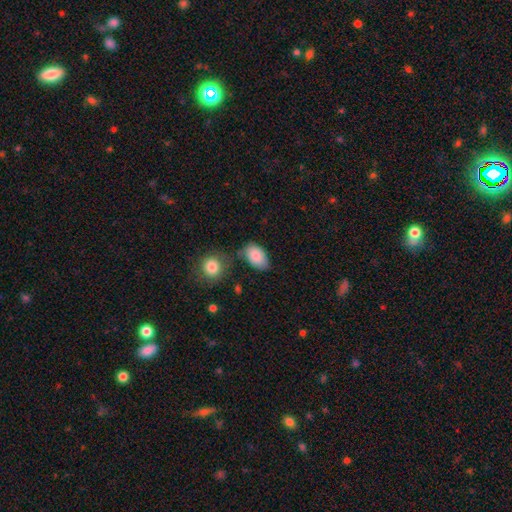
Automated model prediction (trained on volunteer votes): Morphology: type=smooth (86%); roundness=in between (91%); merging=none (60%).